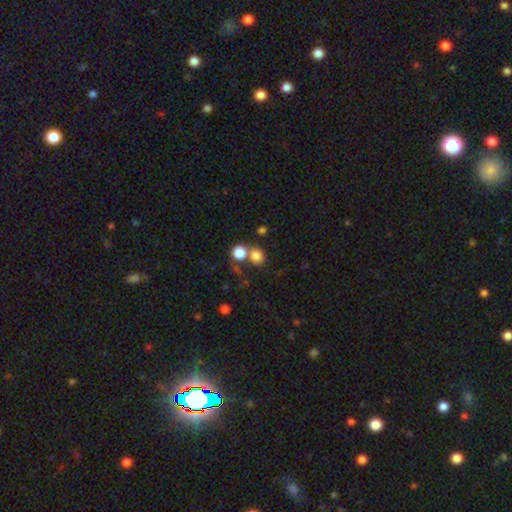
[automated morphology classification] This appears to be a smooth galaxy with no disk features (80%) that is round (76%). Merging: none (59%).